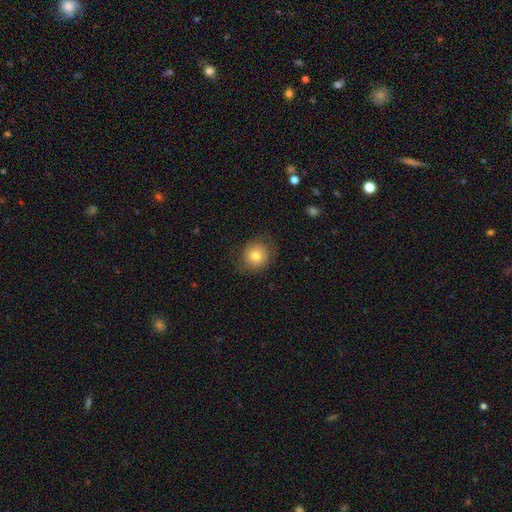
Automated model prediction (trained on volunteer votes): This appears to be a smooth galaxy with no disk features (80%) that is round (81%). Merging: none (80%).